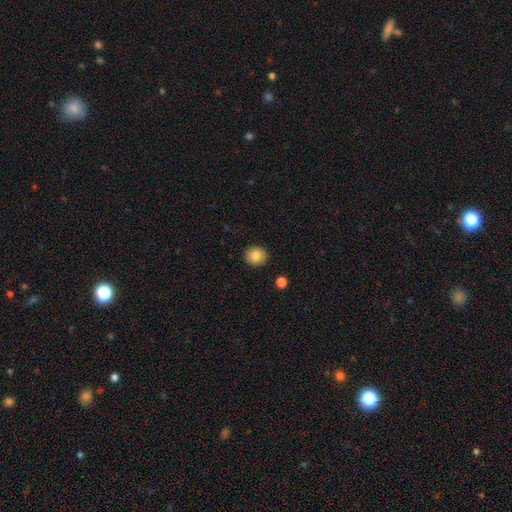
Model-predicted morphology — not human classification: Smooth or featured? smooth (85%)
How rounded? round (87%)
Merging? none (90%)